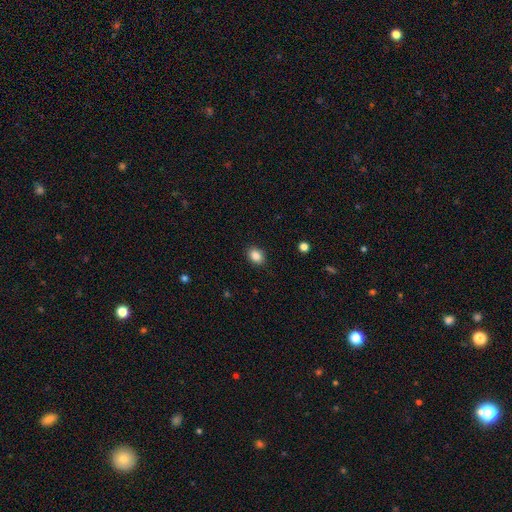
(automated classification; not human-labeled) The model was most divided on "how rounded": in between: 69%, round: 30%, cigar-shaped: 1%. More confident: merging — none (88%); smooth or featured — smooth (86%).